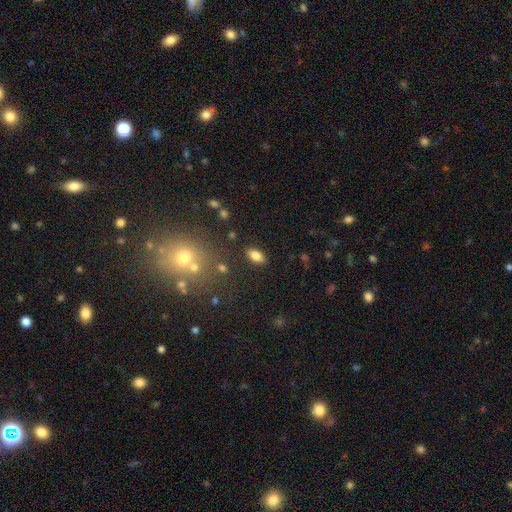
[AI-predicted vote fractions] Morphology: type=smooth (80%); roundness=in between (90%); merging=none (85%).